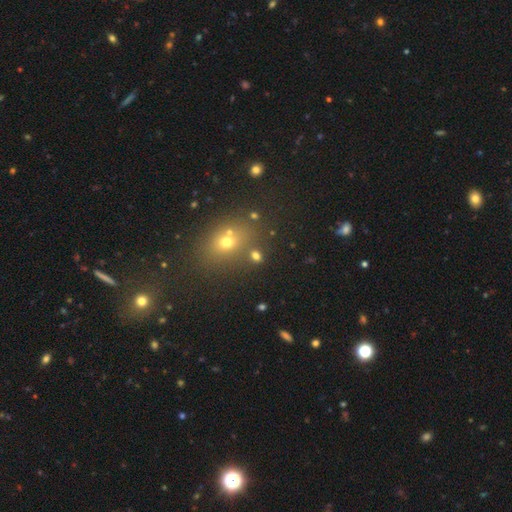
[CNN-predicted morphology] Smooth or featured? Predicted: smooth (p=0.64). How rounded? Predicted: round (p=0.53). Merging? Predicted: none (p=0.69).